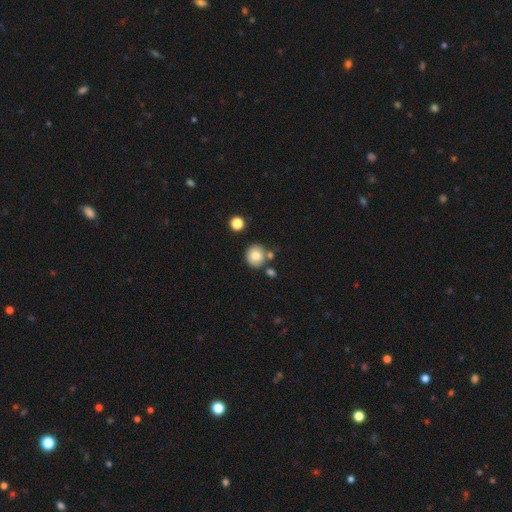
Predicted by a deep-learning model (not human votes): A smooth galaxy with no disk features (79%) that is round (85%).

Vote fractions:
- Smooth or featured? smooth: 79% / featured or disk: 11% / star or artifact: 10%
- How rounded? round: 85% / in between: 14% / cigar-shaped: 1%
- Merging? none: 74% / minor disturbance: 11% / merger: 11% / major disturbance: 3%